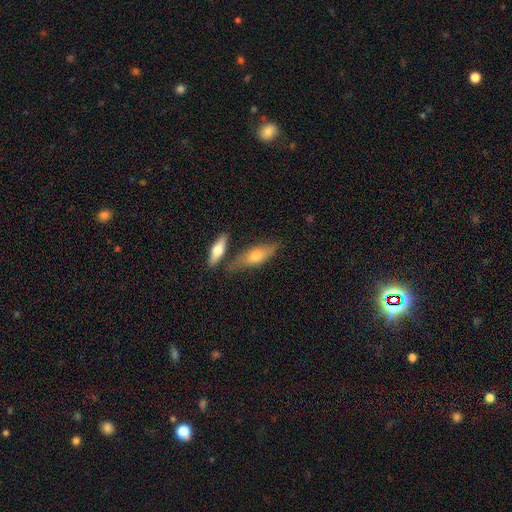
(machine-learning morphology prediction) Overall: smooth (48%; featured or disk 43%). Merging: none (71%).